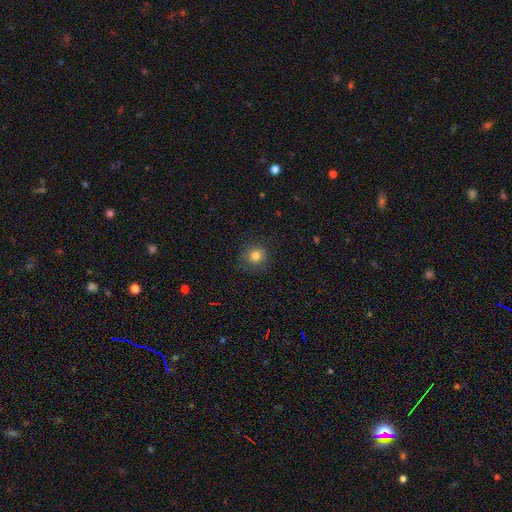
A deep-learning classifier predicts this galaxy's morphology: Overall: smooth (81%). How rounded: round (91%). Merging: none (86%).